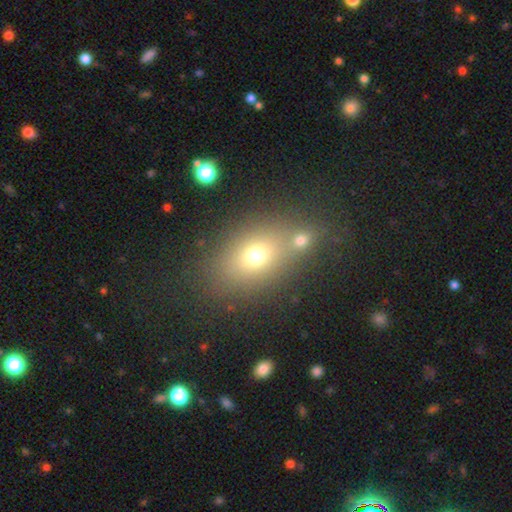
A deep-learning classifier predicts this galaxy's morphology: This is likely a smooth galaxy (69%). How rounded: likely in between (71%). Merging: possibly none (59%).